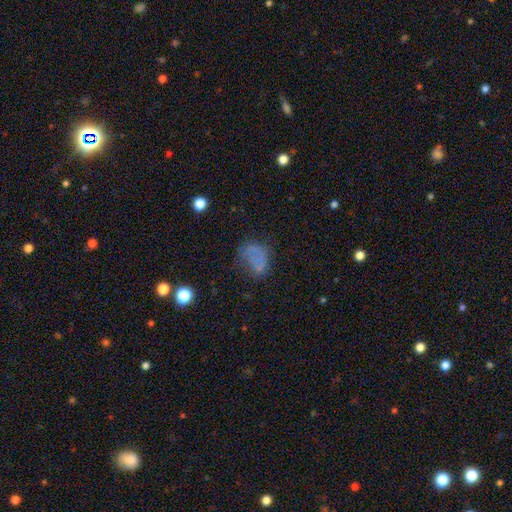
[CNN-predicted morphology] Smooth or featured? smooth (61%)
How rounded? in between (73%)
Merging? none (41%)